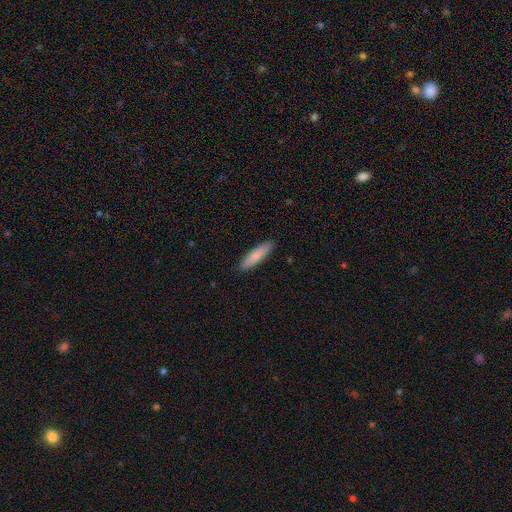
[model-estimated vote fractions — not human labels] Q: Smooth or featured?
A: smooth (82%); runner-up: featured or disk (12%)
Q: How rounded?
A: cigar-shaped (73%); runner-up: in between (26%)
Q: Merging?
A: none (90%); runner-up: minor disturbance (8%)